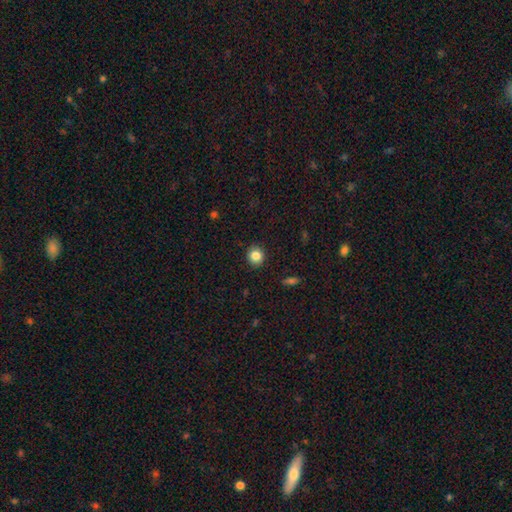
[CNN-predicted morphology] smooth 84%, star or artifact 10%, featured or disk 6%. Down the decision tree: how rounded — round (85%); merging — none (90%).